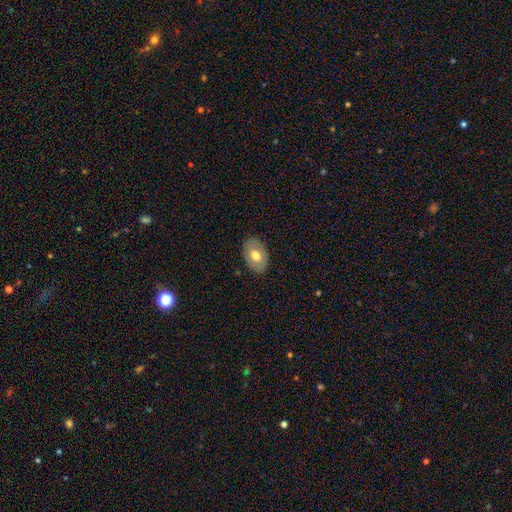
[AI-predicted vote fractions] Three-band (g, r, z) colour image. It shows a smooth galaxy with no disk features (64%) that is in between round and cigar-shaped (86%). Merging: none (85%).